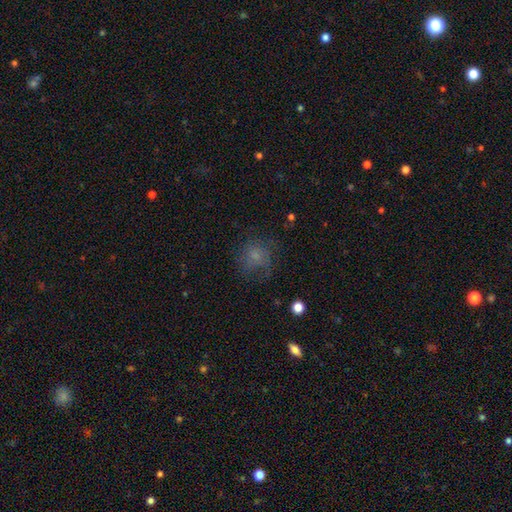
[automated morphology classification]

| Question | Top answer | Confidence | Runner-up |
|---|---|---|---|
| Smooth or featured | smooth | 65% | featured or disk (20%) |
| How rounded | round | 78% | in between (21%) |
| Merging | none | 59% | minor disturbance (21%) |